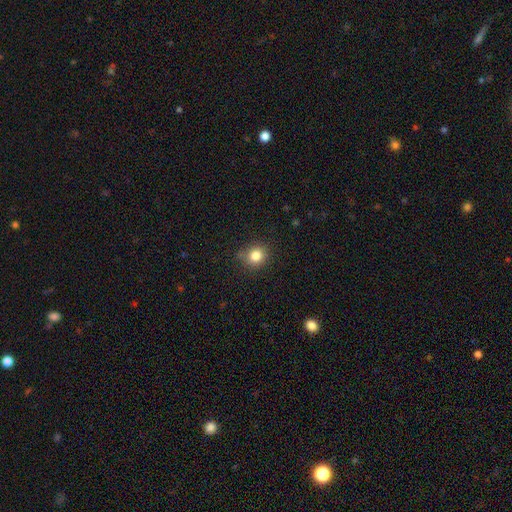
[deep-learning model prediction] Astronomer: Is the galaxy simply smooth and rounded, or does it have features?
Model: smooth — 82%.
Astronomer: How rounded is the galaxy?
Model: round — 82%.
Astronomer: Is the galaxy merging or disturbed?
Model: none — 81%.